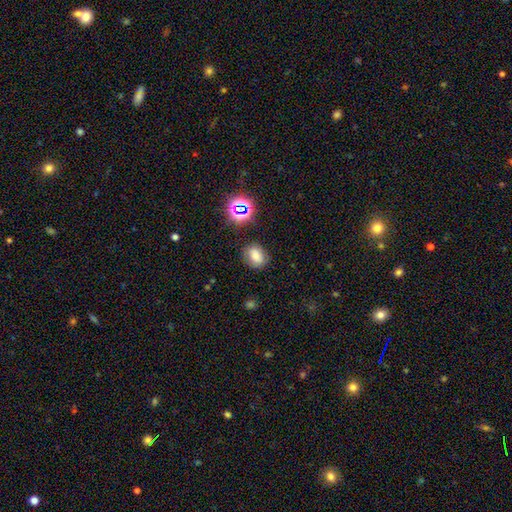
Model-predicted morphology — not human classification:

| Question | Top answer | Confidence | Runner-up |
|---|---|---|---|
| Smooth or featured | smooth | 72% | star or artifact (18%) |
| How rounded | in between | 60% | round (39%) |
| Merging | none | 78% | minor disturbance (15%) |